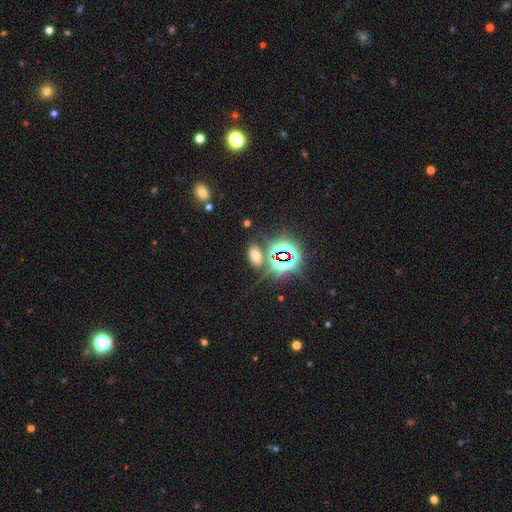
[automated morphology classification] Smooth or featured? smooth (49%)
Merging? none (72%)